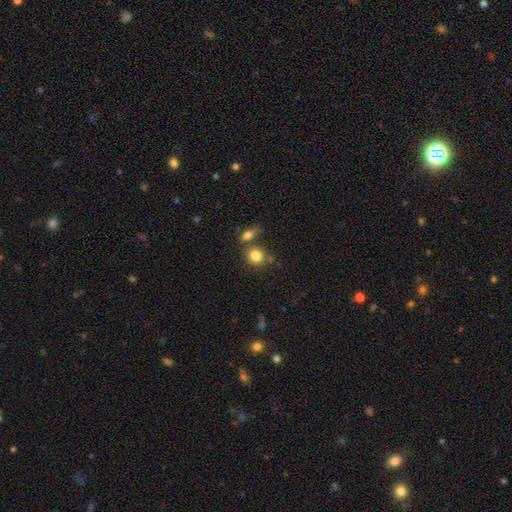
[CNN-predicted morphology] This is clearly a smooth galaxy (83%). How rounded: clearly round (83%). Merging: possibly none (59%).